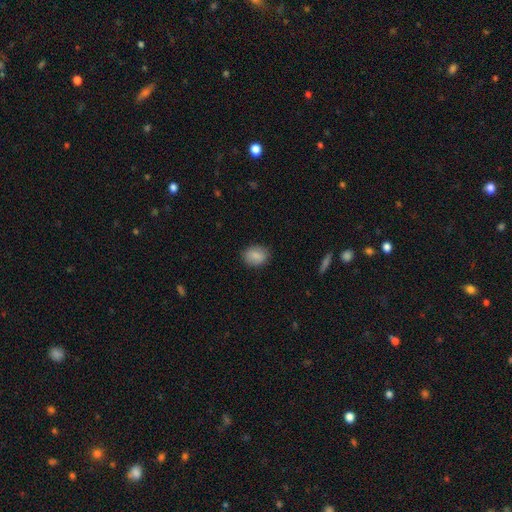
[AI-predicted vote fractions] Overall: smooth (85%). How rounded: in between (59%; round 40%). Merging: none (84%).